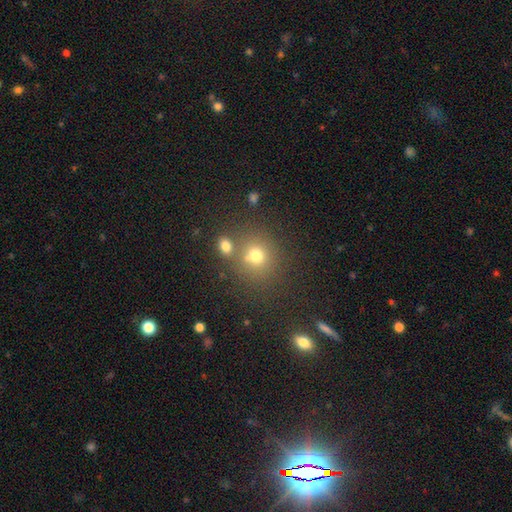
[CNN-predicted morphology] smooth 72%, star or artifact 17%, featured or disk 11%. Down the decision tree: how rounded — round (83%); merging — none (64%).